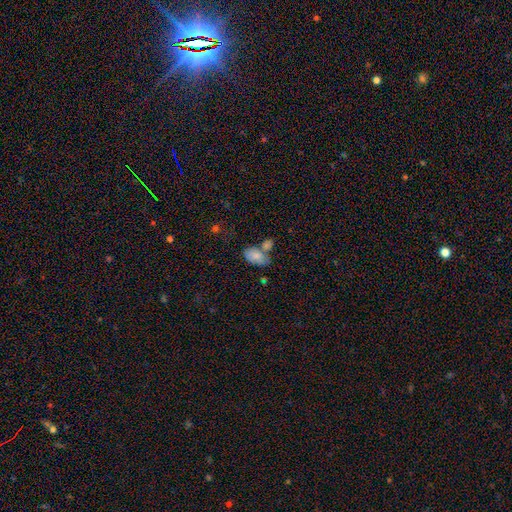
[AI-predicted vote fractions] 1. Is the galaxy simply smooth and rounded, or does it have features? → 79% smooth, 14% featured or disk, 7% star or artifact.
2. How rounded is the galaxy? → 92% in between, 6% round, 2% cigar-shaped.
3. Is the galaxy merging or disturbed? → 40% none, 37% merger, 17% minor disturbance, 6% major disturbance.